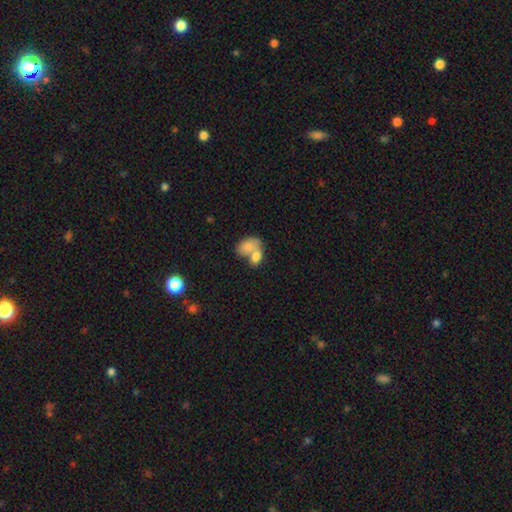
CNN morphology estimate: type=smooth (78%); roundness=in between (78%); merging=merger (68%).